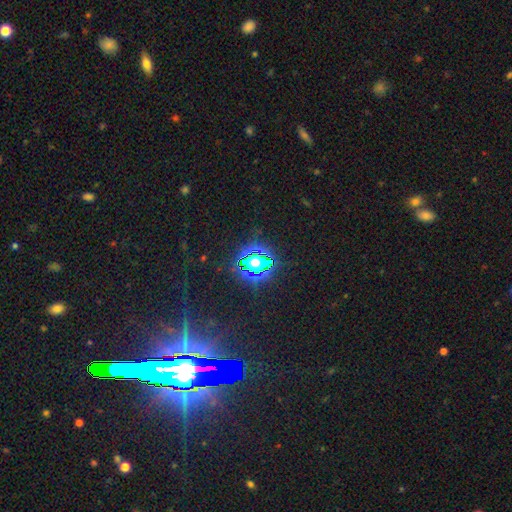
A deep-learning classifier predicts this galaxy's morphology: smooth-or-featured: star or artifact: 80% | featured or disk: 11% | smooth: 9%